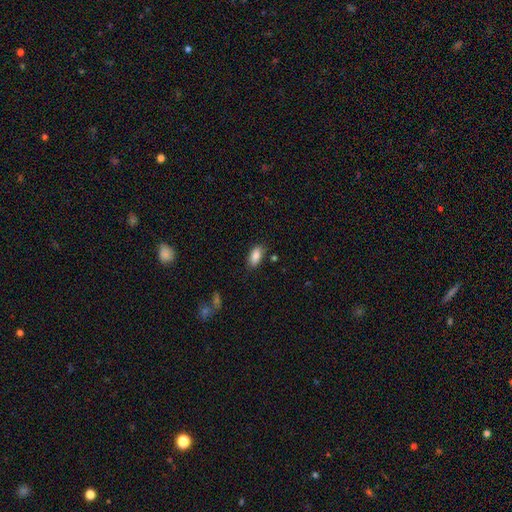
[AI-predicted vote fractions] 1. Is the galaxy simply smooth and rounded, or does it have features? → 87% smooth, 7% star or artifact, 6% featured or disk.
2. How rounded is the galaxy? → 90% in between, 7% cigar-shaped, 3% round.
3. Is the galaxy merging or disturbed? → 81% none, 13% minor disturbance, 3% major disturbance, 2% merger.